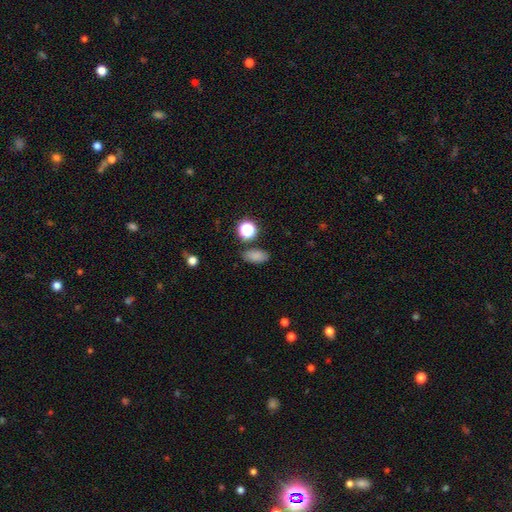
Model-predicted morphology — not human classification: Overall: smooth (80%). How rounded: in between (86%). Merging: none (80%).